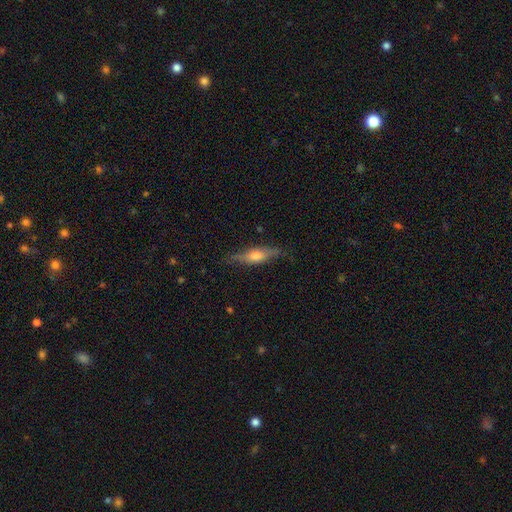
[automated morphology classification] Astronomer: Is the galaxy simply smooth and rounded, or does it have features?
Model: featured or disk — 48% (runner-up: smooth, 45%).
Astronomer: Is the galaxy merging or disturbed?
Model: none — 77%.